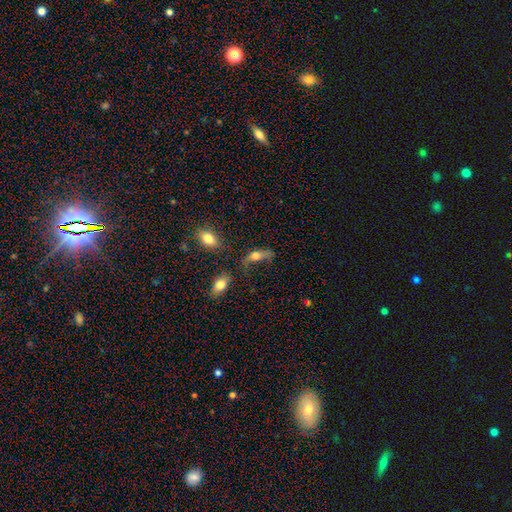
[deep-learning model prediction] Smooth or featured? smooth (63%)
How rounded? in between (70%)
Merging? none (32%)